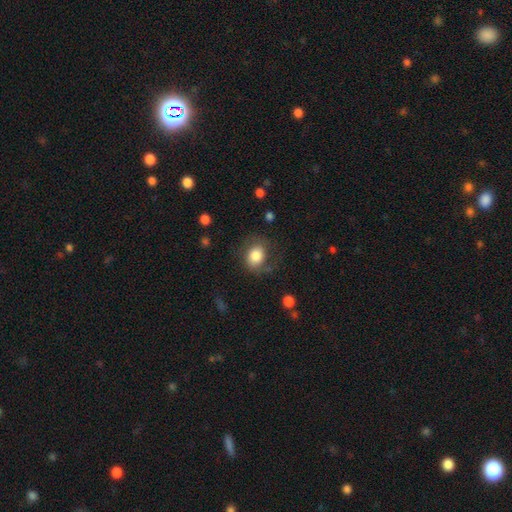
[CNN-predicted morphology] This is likely a smooth galaxy (76%). How rounded: possibly round (52%). Merging: likely none (61%).